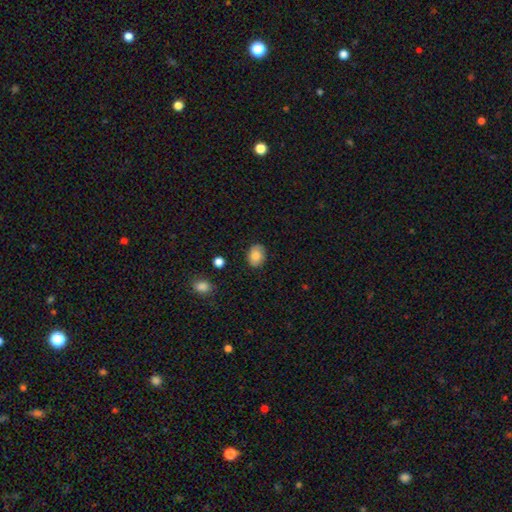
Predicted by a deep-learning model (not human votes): smooth_or_featured: smooth (p=0.83) [alt: featured or disk p=0.08]
how_rounded: in between (p=0.62) [alt: round p=0.37]
merging: none (p=0.82) [alt: minor disturbance p=0.13]